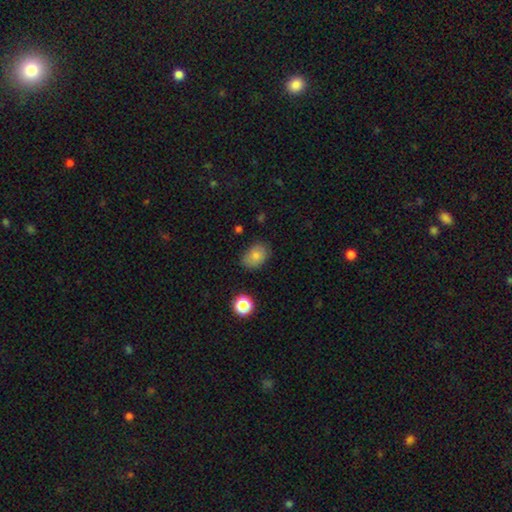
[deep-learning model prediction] Smooth or featured? Predicted: smooth (p=0.79). How rounded? Predicted: in between (p=0.75). Merging? Predicted: none (p=0.74).